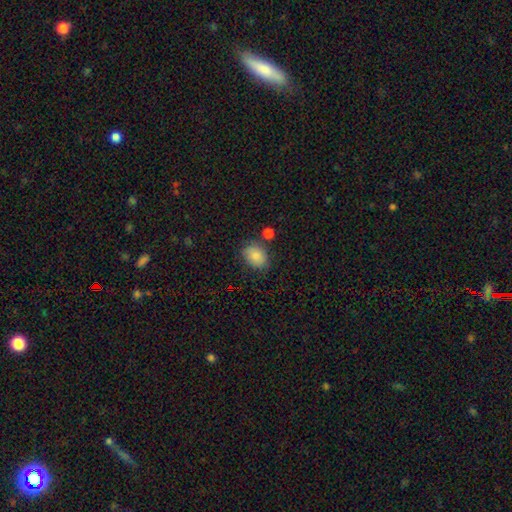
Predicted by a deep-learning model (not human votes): smooth-or-featured: smooth: 85% | star or artifact: 8% | featured or disk: 6%
  how-rounded: in between: 64% | round: 35% | cigar-shaped: 1%
  merging: none: 74% | minor disturbance: 16% | merger: 5% | major disturbance: 4%